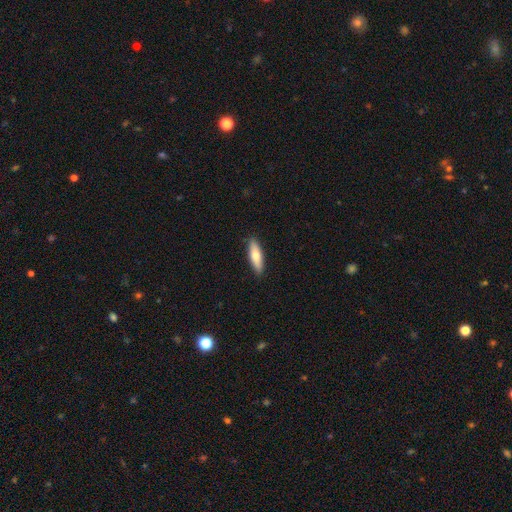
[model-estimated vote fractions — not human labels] smooth 71%, featured or disk 23%, star or artifact 5%. Down the decision tree: how rounded — cigar-shaped (59%); merging — none (89%).